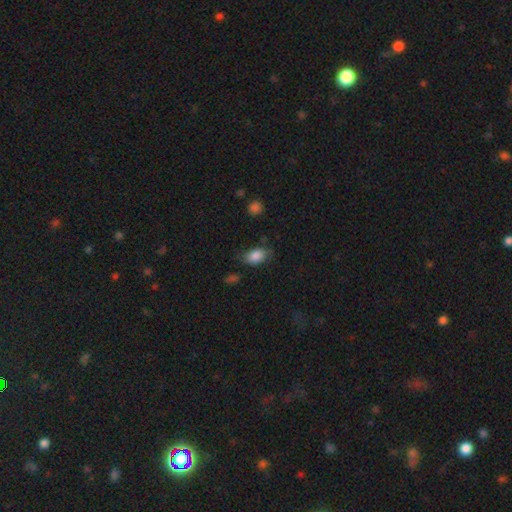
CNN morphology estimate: Smooth or featured? Predicted: smooth (p=0.86). How rounded? Predicted: in between (p=0.88). Merging? Predicted: none (p=0.69).